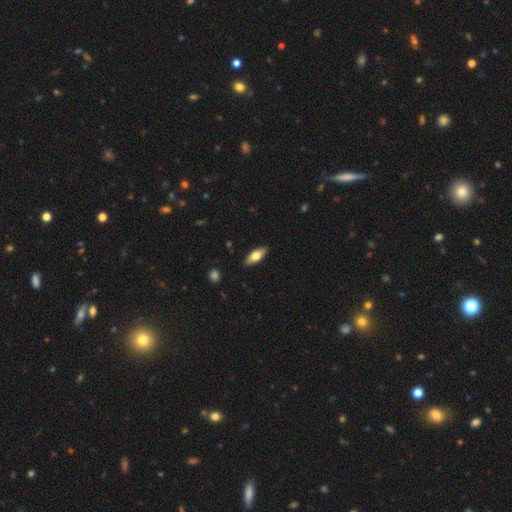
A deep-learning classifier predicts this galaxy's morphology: Smooth or featured?
  - smooth: 67% *
  - featured or disk: 27%
  - star or artifact: 6%
How rounded?
  - in between: 78% *
  - cigar-shaped: 19%
  - round: 3%
Merging?
  - none: 88% *
  - minor disturbance: 9%
  - major disturbance: 2%
  - merger: 1%